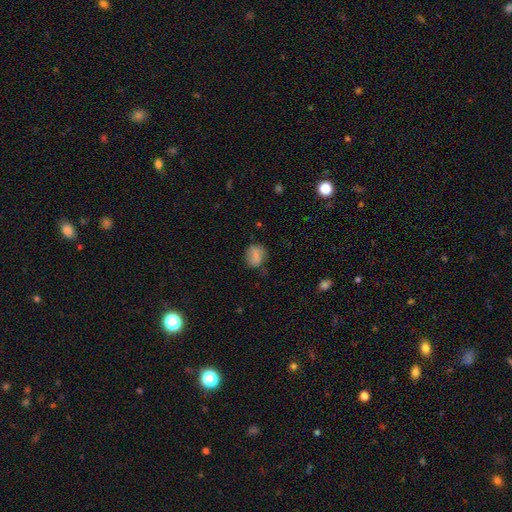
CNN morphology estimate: This is likely a smooth galaxy (68%). How rounded: likely round (66%). Merging: likely none (68%).